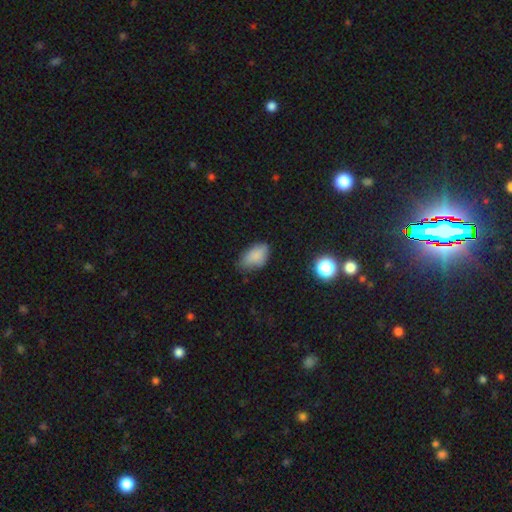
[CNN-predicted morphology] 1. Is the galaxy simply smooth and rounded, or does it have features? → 81% smooth, 11% star or artifact, 9% featured or disk.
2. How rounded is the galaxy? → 91% in between, 7% round, 2% cigar-shaped.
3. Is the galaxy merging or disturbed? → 59% none, 31% minor disturbance, 8% major disturbance, 2% merger.